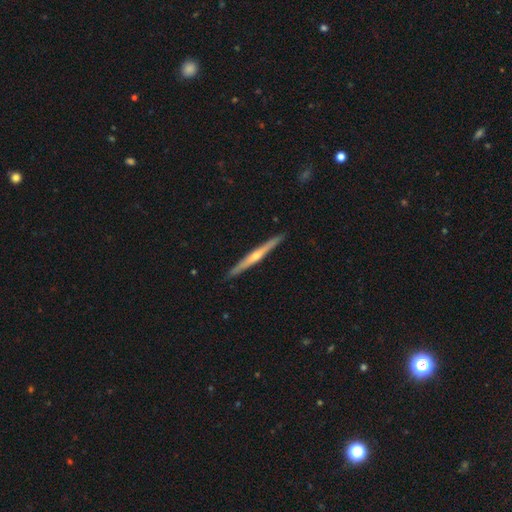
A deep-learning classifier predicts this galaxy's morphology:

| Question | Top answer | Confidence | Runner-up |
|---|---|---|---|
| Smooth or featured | featured or disk | 72% | smooth (23%) |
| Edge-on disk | yes | 98% | no (2%) |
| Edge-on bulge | rounded | 72% | none (23%) |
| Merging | none | 92% | minor disturbance (6%) |